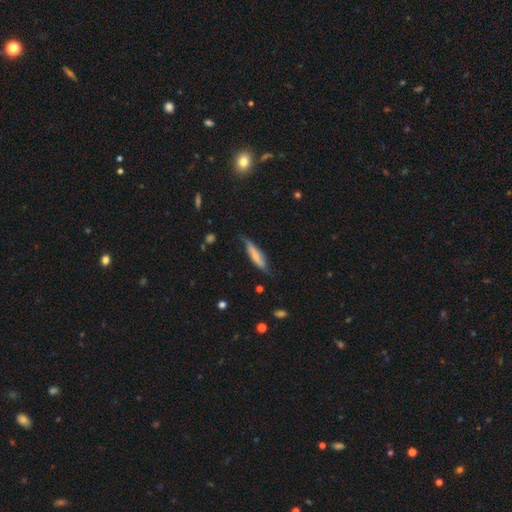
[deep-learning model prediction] smooth 48%, featured or disk 46%, star or artifact 6%. Down the decision tree: merging — none (59%).